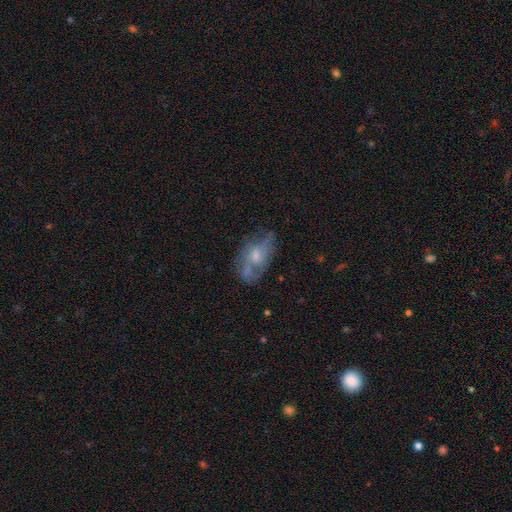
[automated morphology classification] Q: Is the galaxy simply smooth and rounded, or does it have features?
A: featured or disk — 60%.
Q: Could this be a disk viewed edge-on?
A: no — 91%.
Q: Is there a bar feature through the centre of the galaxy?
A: no — 69%.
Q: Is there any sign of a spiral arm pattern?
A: yes — 58%.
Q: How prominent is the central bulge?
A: moderate — 52%.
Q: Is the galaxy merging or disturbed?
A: none — 56%.